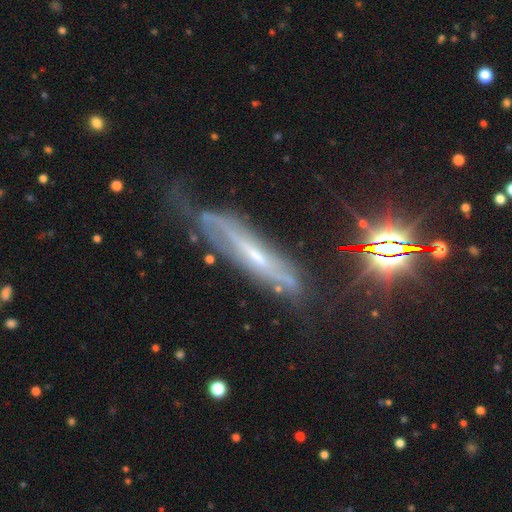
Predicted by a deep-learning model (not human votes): Smooth or featured?
  - featured or disk: 73% *
  - star or artifact: 13%
  - smooth: 13%
Edge-on disk?
  - yes: 58% *
  - no: 42%
Merging?
  - none: 51% *
  - minor disturbance: 31%
  - major disturbance: 16%
  - merger: 3%